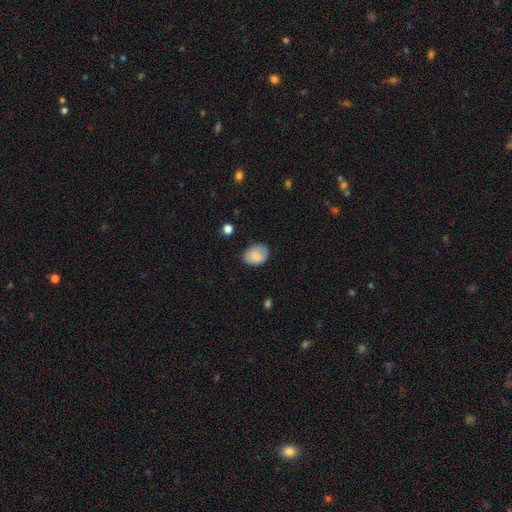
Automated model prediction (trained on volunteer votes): This appears to be a smooth galaxy with no disk features (81%) that is in between round and cigar-shaped (62%). Merging: none (73%).